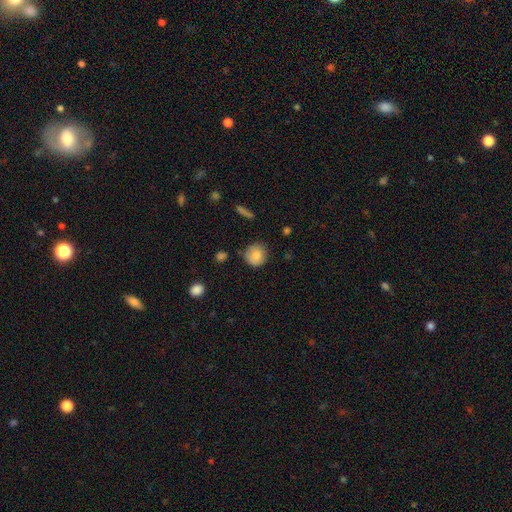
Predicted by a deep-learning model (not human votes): This is clearly a smooth galaxy (82%). How rounded: clearly round (89%). Merging: likely none (75%).